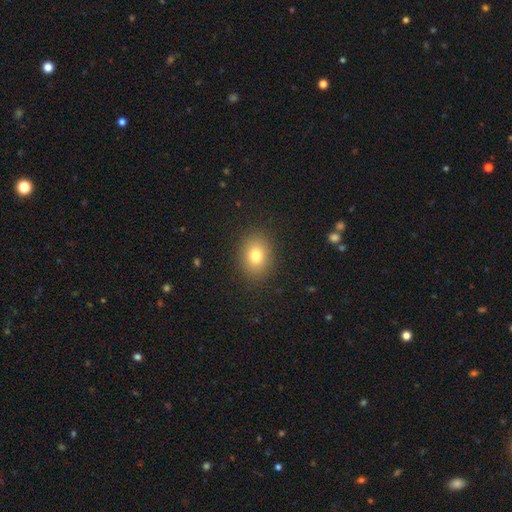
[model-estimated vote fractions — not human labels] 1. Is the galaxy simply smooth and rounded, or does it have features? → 79% smooth, 11% star or artifact, 10% featured or disk.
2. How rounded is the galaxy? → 63% in between, 36% round, 1% cigar-shaped.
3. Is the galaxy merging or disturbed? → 89% none, 8% minor disturbance, 3% major disturbance, 1% merger.